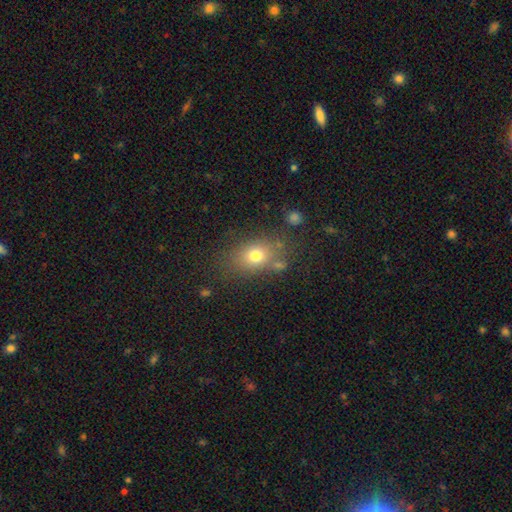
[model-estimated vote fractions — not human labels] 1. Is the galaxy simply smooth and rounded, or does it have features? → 74% smooth, 14% star or artifact, 13% featured or disk.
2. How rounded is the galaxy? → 62% in between, 36% round, 2% cigar-shaped.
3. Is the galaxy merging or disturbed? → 72% none, 15% minor disturbance, 7% major disturbance, 6% merger.